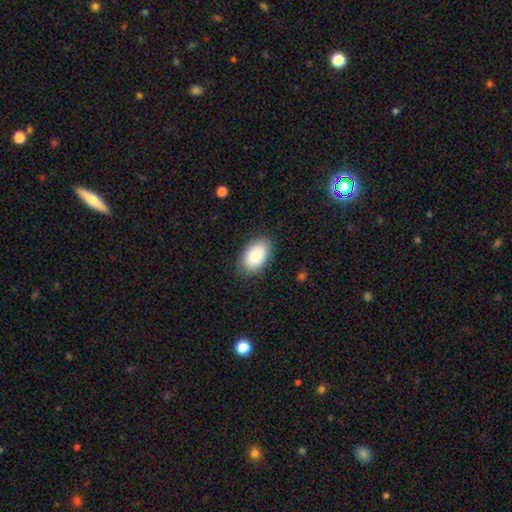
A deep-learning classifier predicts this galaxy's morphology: This is clearly a smooth galaxy (85%). How rounded: clearly in between (94%). Merging: clearly none (85%).